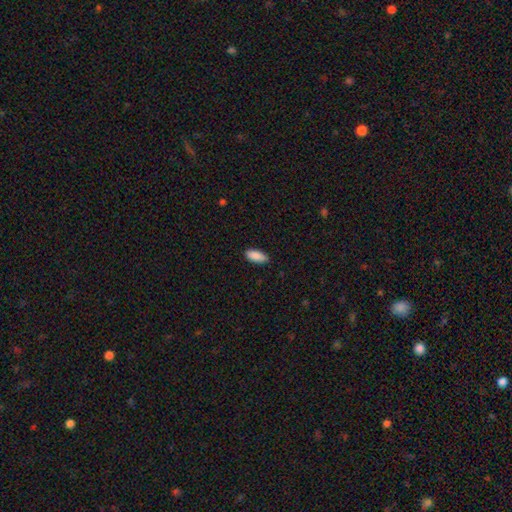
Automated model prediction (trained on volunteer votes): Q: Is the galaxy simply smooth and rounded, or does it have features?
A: smooth — 90%.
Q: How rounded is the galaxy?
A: in between — 84%.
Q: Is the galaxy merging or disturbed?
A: none — 87%.